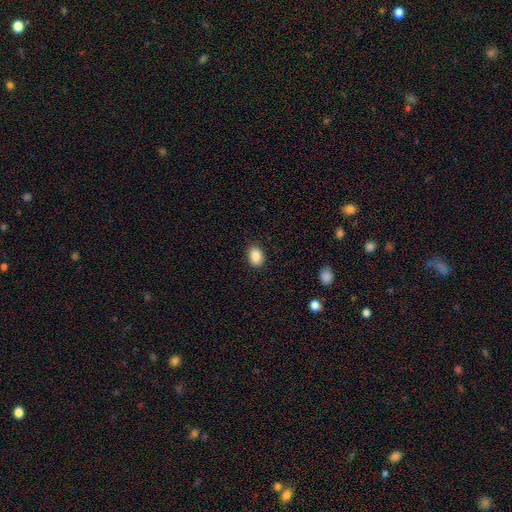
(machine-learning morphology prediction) This is clearly a smooth galaxy (87%). How rounded: likely in between (72%). Merging: clearly none (88%).